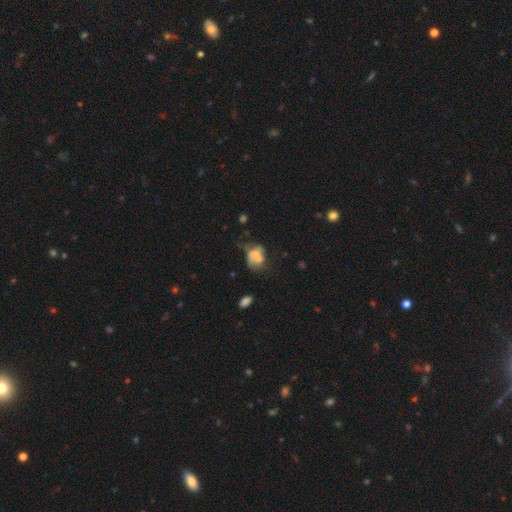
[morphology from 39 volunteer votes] This appears to be a smooth galaxy with no disk features (59%) that is in between round and cigar-shaped (52%). Merging: merger (66%).